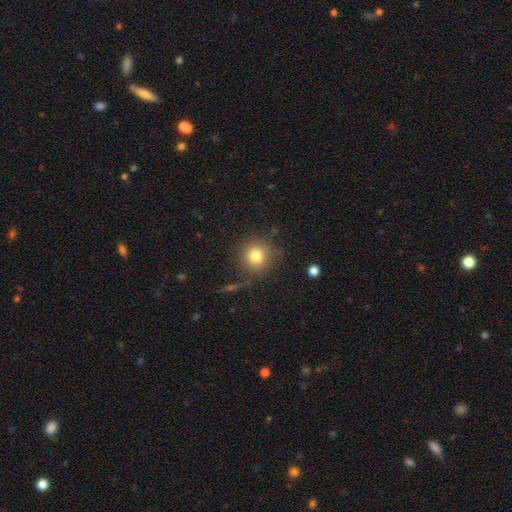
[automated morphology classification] smooth-or-featured: smooth: 80% | star or artifact: 11% | featured or disk: 9%
  how-rounded: round: 91% | in between: 8% | cigar-shaped: 1%
  merging: none: 80% | minor disturbance: 12% | major disturbance: 5% | merger: 3%